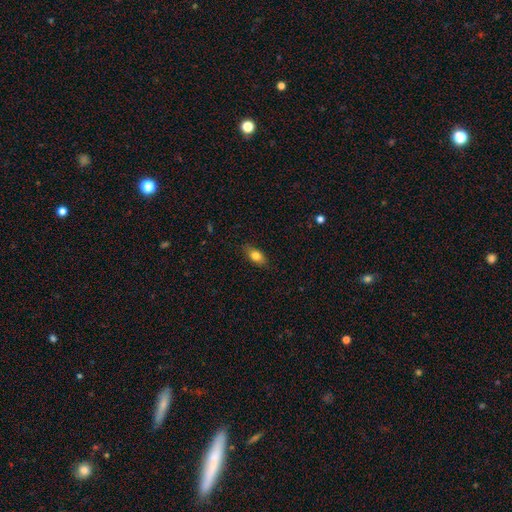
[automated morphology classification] Smooth or featured?
  - smooth: 78% *
  - featured or disk: 14%
  - star or artifact: 8%
How rounded?
  - in between: 83% *
  - cigar-shaped: 11%
  - round: 6%
Merging?
  - none: 84% *
  - minor disturbance: 12%
  - major disturbance: 2%
  - merger: 1%